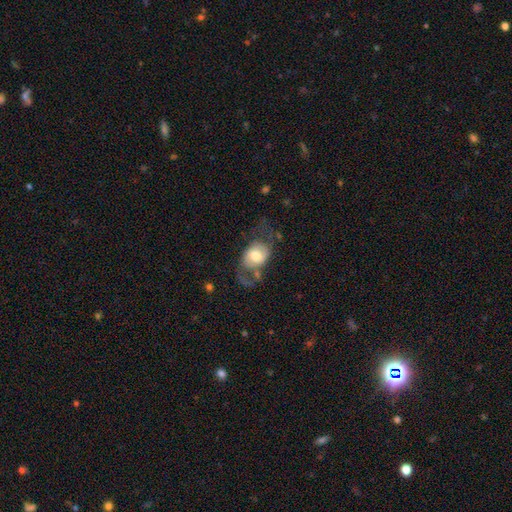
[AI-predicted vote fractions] This is possibly a smooth galaxy (49%). Merging: marginally none (38%).